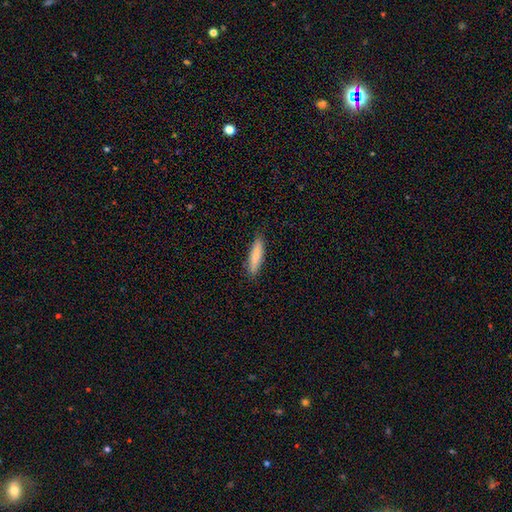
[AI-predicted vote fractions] A smooth galaxy with no disk features (86%) that is cigar-shaped (80%). Merging: none (87%).